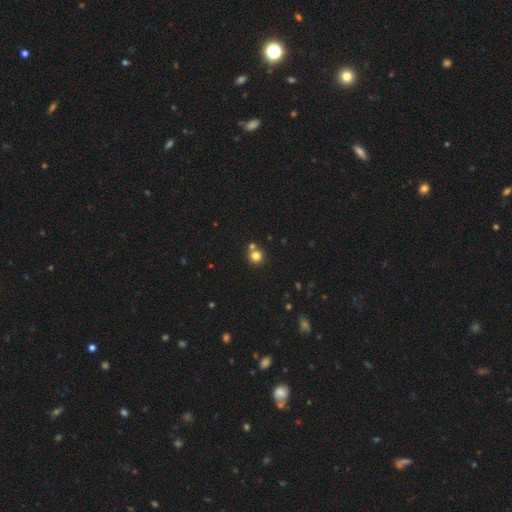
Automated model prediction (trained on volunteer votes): This is likely a smooth galaxy (79%). How rounded: clearly round (92%). Merging: likely none (70%).